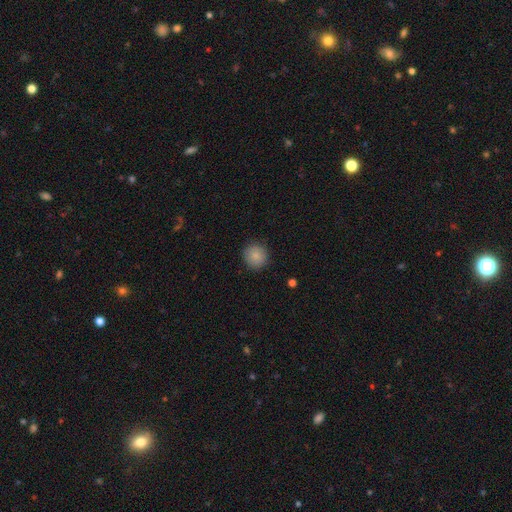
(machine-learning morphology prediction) Q: Smooth or featured?
A: smooth (84%); runner-up: star or artifact (9%)
Q: How rounded?
A: round (92%); runner-up: in between (7%)
Q: Merging?
A: none (88%); runner-up: minor disturbance (9%)